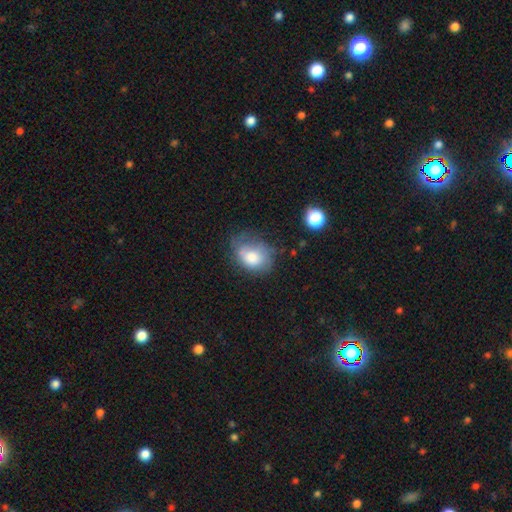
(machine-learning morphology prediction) Q: Smooth or featured?
A: smooth (72%); runner-up: featured or disk (19%)
Q: How rounded?
A: in between (61%); runner-up: round (38%)
Q: Merging?
A: none (39%); runner-up: minor disturbance (35%)